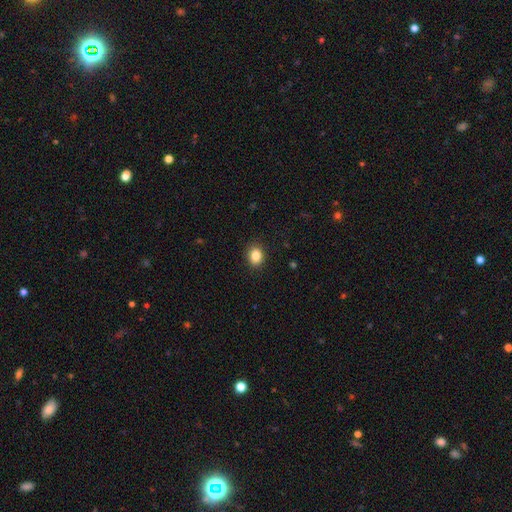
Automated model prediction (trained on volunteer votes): Overall: smooth (85%). How rounded: in between (50%; round 49%). Merging: none (89%).